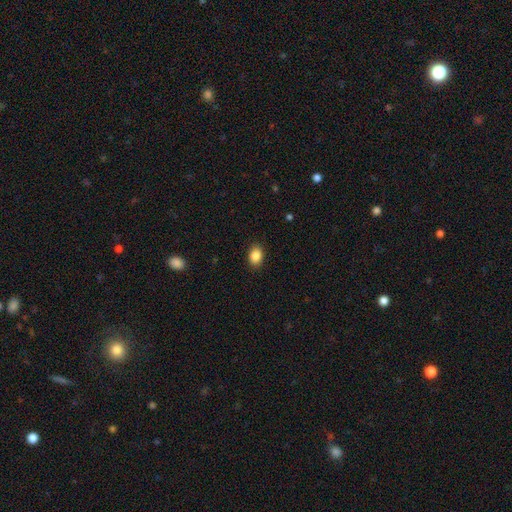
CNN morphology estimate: Q: Smooth or featured?
A: smooth (87%); runner-up: star or artifact (8%)
Q: How rounded?
A: in between (75%); runner-up: round (24%)
Q: Merging?
A: none (89%); runner-up: minor disturbance (8%)